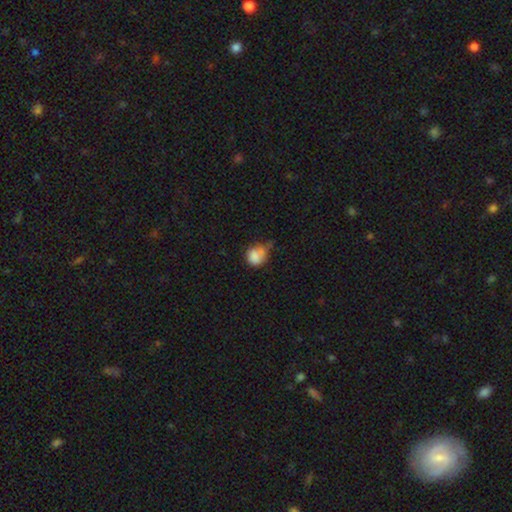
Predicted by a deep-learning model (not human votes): Smooth or featured?
  - smooth: 81% *
  - star or artifact: 10%
  - featured or disk: 9%
How rounded?
  - round: 71% *
  - in between: 28%
  - cigar-shaped: 1%
Merging?
  - minor disturbance: 40% *
  - none: 33%
  - major disturbance: 16%
  - merger: 12%